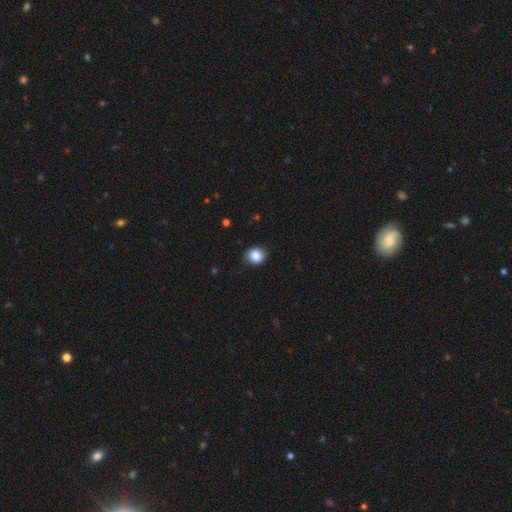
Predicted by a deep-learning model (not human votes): smooth 86%, star or artifact 9%, featured or disk 5%. Down the decision tree: how rounded — round (78%); merging — none (82%).